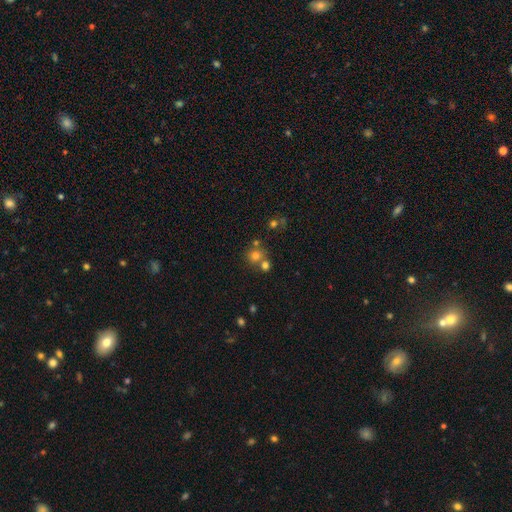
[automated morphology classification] Smooth or featured? Predicted: smooth (p=0.70). How rounded? Predicted: round (p=0.88). Merging? Predicted: none (p=0.58).